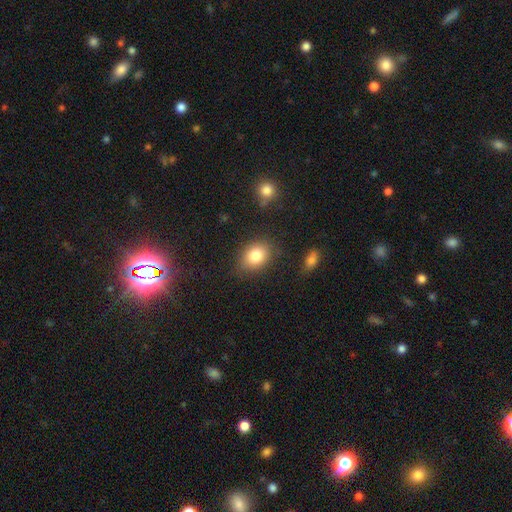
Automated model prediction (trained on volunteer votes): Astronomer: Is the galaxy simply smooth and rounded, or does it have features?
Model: smooth — 82%.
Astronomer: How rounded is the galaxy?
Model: in between — 63%.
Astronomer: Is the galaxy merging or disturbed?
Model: none — 78%.